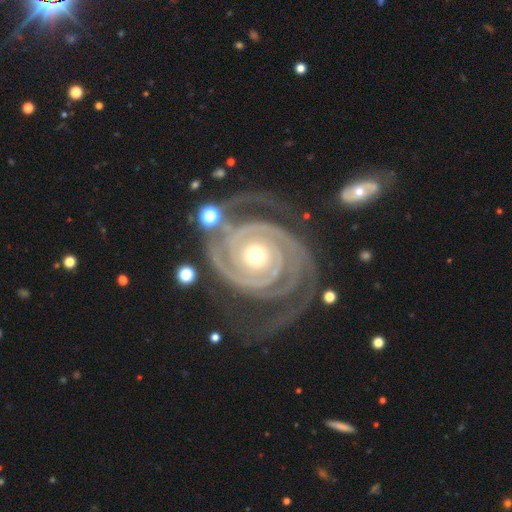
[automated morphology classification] Smooth or featured: featured or disk — 94% (star or artifact — 4%)
Edge-on disk: no — 98% (yes — 2%)
Bar: no — 76% (weak — 13%)
Spiral arms: yes — 99% (no — 1%)
Spiral winding: tight — 84% (medium — 14%)
Spiral arm count: 2 — 70% (3 — 12%)
Bulge size: moderate — 49% (small — 46%)
Merging: none — 68% (minor disturbance — 17%)